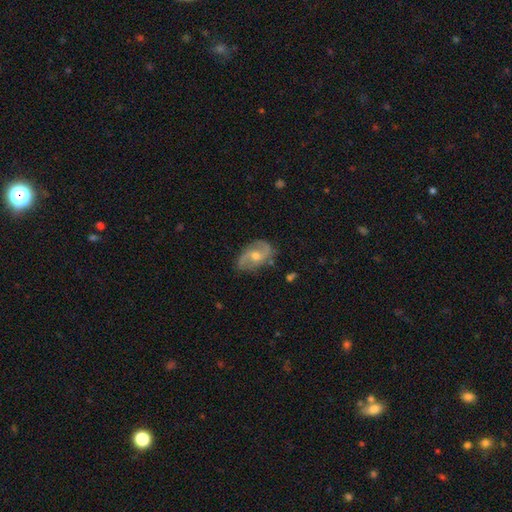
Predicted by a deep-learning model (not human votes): Smooth or featured: featured or disk — 77% (smooth — 16%)
Edge-on disk: no — 96% (yes — 4%)
Bar: no — 54% (weak — 38%)
Spiral arms: yes — 91% (no — 9%)
Spiral winding: medium — 43% (loose — 39%)
Spiral arm count: 2 — 83% (can't tell — 8%)
Bulge size: moderate — 63% (small — 32%)
Merging: none — 72% (minor disturbance — 20%)